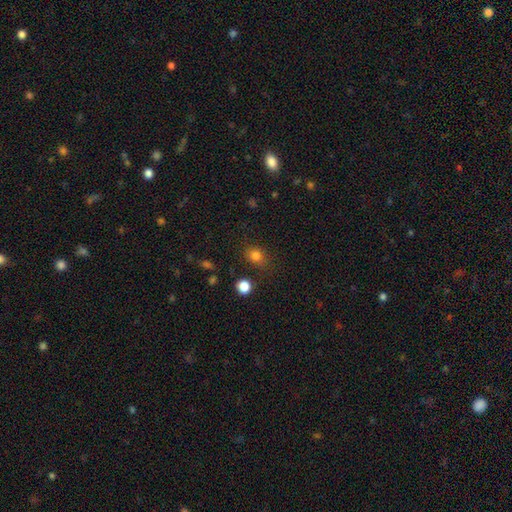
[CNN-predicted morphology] Smooth or featured? Predicted: smooth (p=0.80). How rounded? Predicted: round (p=0.66). Merging? Predicted: none (p=0.75).